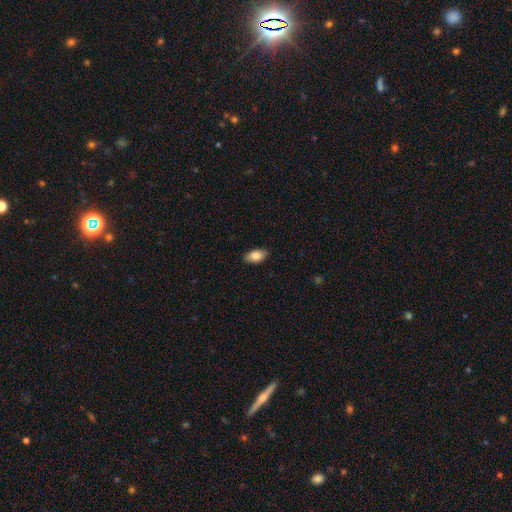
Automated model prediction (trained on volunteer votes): A smooth galaxy with no disk features (84%) that is in between round and cigar-shaped (93%). Merging: none (88%).